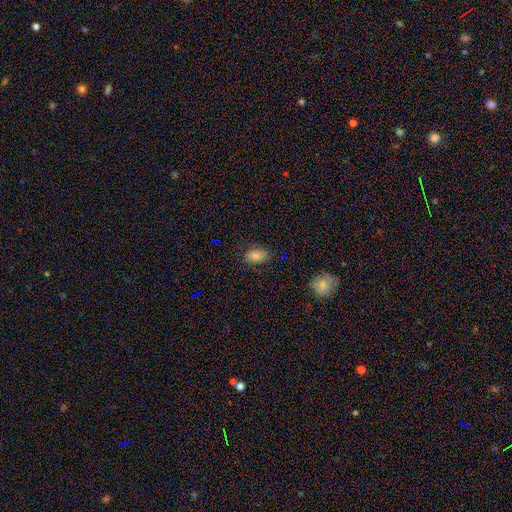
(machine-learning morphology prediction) smooth-or-featured: smooth: 66% | featured or disk: 17% | star or artifact: 16%
  how-rounded: in between: 79% | round: 20% | cigar-shaped: 2%
  merging: none: 75% | minor disturbance: 17% | major disturbance: 6% | merger: 1%